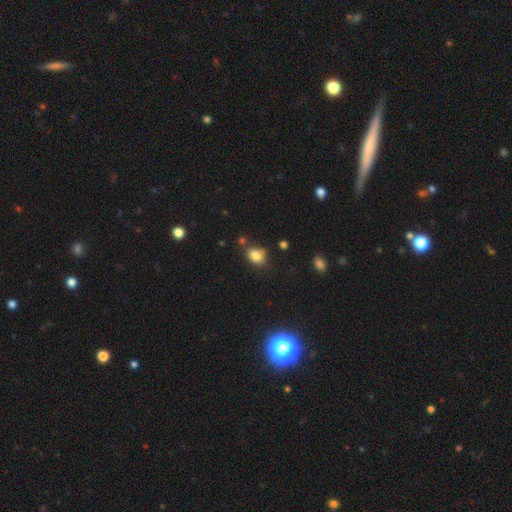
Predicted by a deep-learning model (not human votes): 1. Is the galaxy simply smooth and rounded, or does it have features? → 82% smooth, 11% star or artifact, 7% featured or disk.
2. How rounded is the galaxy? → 60% in between, 39% round, 1% cigar-shaped.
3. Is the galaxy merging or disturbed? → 66% none, 21% minor disturbance, 8% merger, 5% major disturbance.